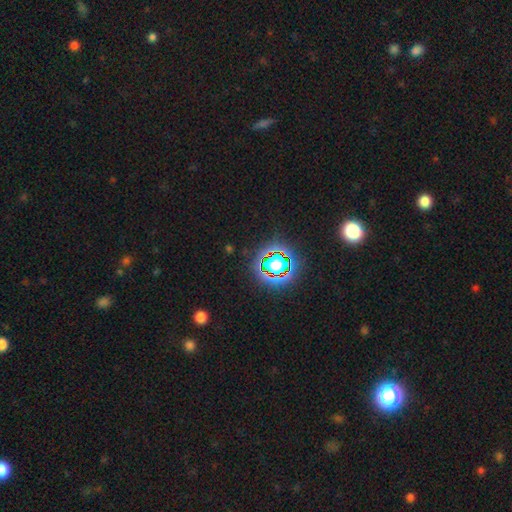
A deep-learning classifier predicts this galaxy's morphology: smooth_or_featured: star or artifact (p=0.81) [alt: smooth p=0.12]